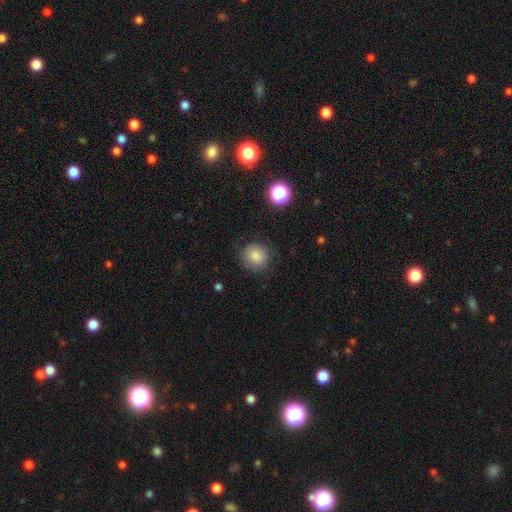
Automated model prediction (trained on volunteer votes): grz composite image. It shows a smooth galaxy with no disk features (84%) that is round (90%). Merging: none (84%).